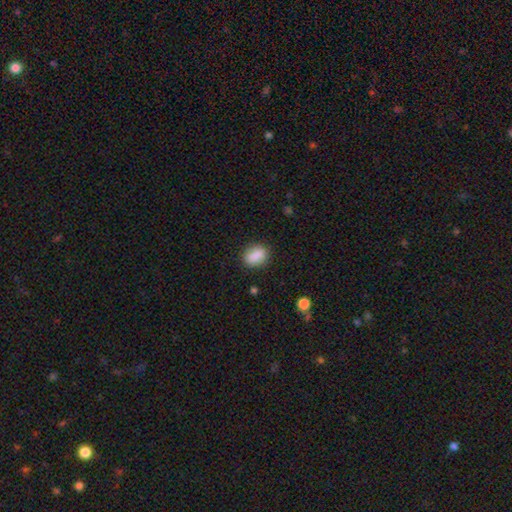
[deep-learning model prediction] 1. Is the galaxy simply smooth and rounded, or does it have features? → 86% smooth, 8% star or artifact, 6% featured or disk.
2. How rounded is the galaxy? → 75% in between, 21% round, 4% cigar-shaped.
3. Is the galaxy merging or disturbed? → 83% none, 12% minor disturbance, 3% major disturbance, 2% merger.